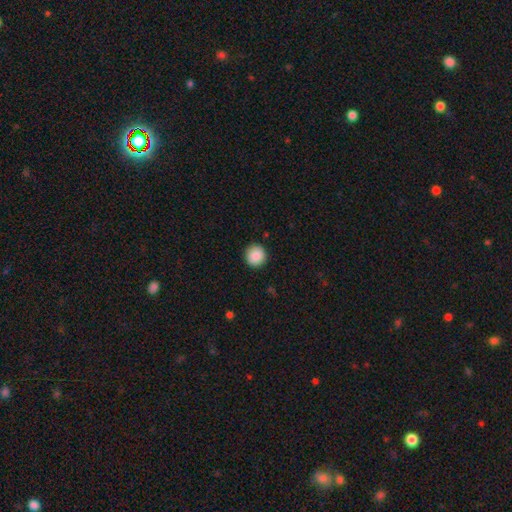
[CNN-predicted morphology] A smooth galaxy with no disk features (89%) that is round (94%). Merging: none (91%).